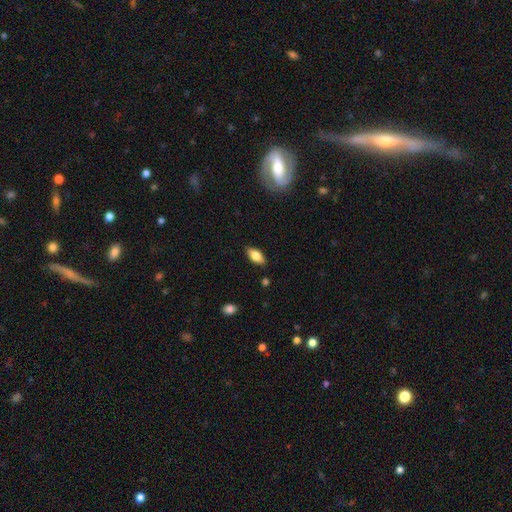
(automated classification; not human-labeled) Smooth or featured: smooth — 74% (featured or disk — 19%)
How rounded: in between — 86% (cigar-shaped — 11%)
Merging: none — 87% (minor disturbance — 10%)